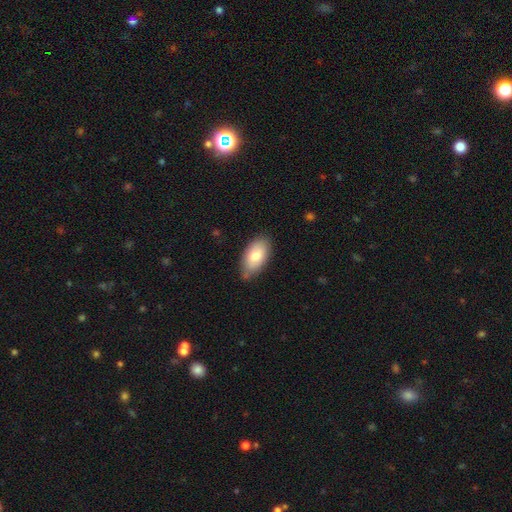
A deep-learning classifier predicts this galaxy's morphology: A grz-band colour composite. It shows a smooth galaxy with no disk features (79%) that is in between round and cigar-shaped (94%). Merging: none (74%).